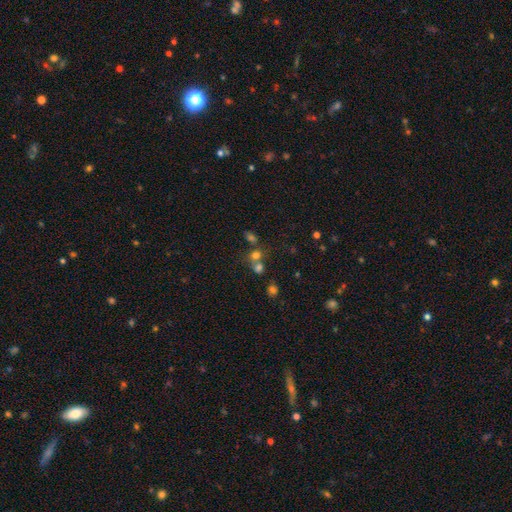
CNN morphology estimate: A smooth galaxy with no disk features (65%) that is round (74%). Merging: merger (44%).